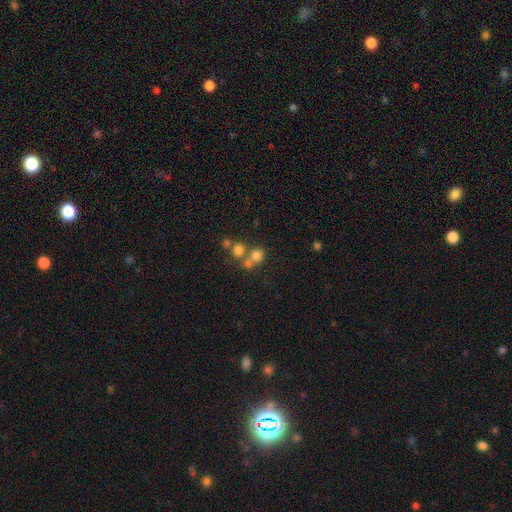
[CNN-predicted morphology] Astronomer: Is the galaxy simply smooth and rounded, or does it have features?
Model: smooth — 58%.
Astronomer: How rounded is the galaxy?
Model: round — 81%.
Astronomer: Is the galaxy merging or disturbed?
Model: none — 45% (runner-up: merger, 44%).